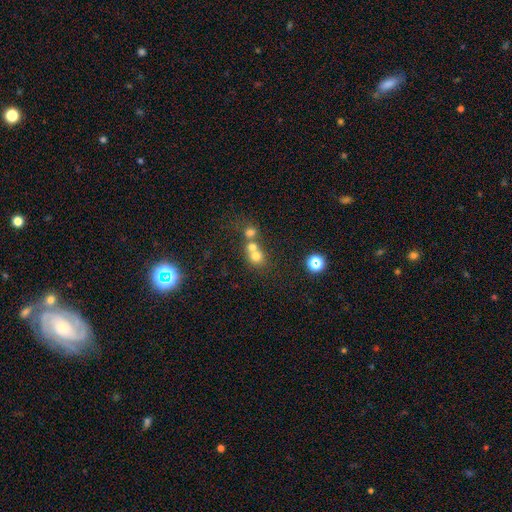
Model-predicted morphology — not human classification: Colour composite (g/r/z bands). It shows a smooth galaxy with no disk features (68%) that is round (80%). Merging: merger (57%).